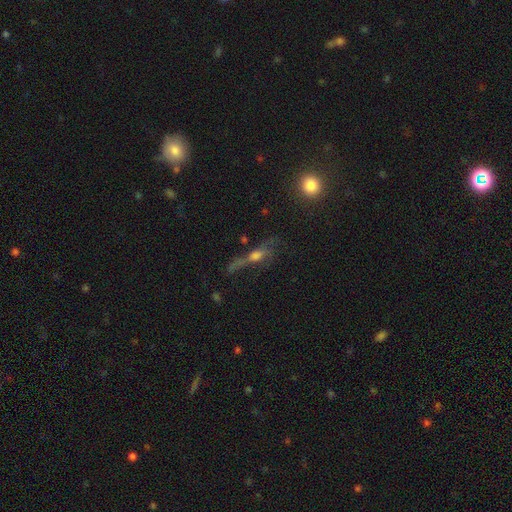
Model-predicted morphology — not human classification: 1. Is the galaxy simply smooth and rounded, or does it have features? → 49% featured or disk, 31% smooth, 20% star or artifact.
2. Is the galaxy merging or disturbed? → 39% none, 33% major disturbance, 18% minor disturbance, 10% merger.